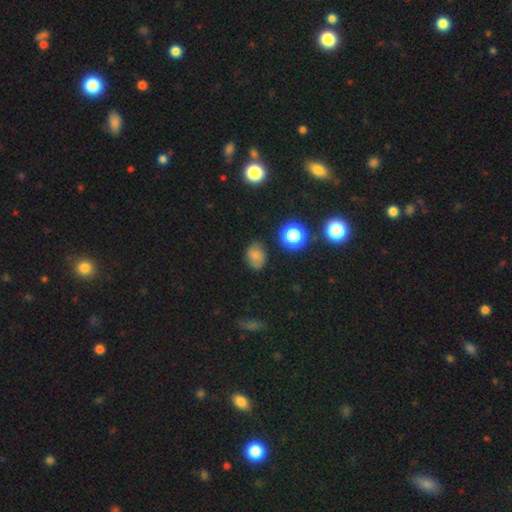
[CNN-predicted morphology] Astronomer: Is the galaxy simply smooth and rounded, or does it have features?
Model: smooth — 69%.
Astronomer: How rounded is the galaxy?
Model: in between — 58% (runner-up: round, 41%).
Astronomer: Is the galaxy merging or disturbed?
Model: none — 70%.